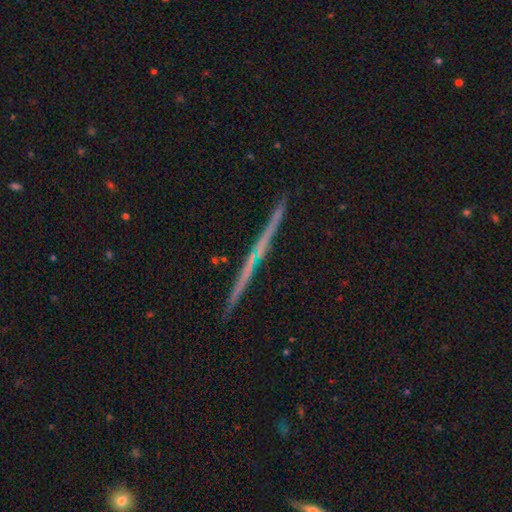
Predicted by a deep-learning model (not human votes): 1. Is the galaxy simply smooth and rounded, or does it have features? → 66% featured or disk, 25% smooth, 9% star or artifact.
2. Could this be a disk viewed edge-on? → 98% yes, 2% no.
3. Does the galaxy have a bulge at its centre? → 85% none, 11% rounded, 4% boxy.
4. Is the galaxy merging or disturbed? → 92% none, 5% minor disturbance, 1% merger, 1% major disturbance.